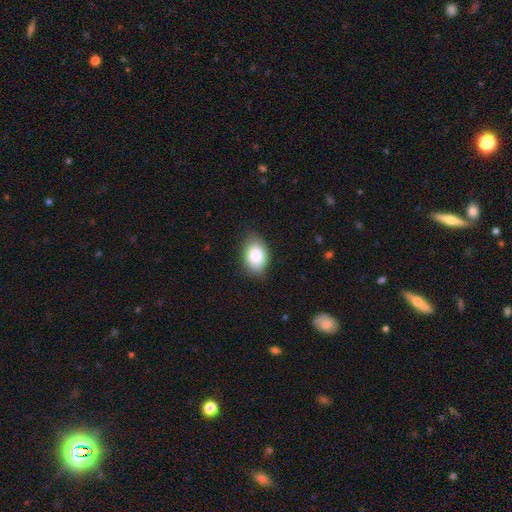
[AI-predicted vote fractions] Smooth or featured? smooth (84%)
How rounded? in between (85%)
Merging? none (78%)